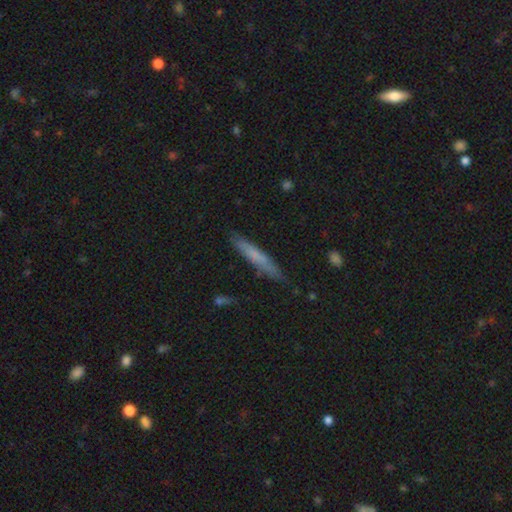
Smooth or featured? smooth (70%)
How rounded? cigar-shaped (96%)
Merging? none (83%)